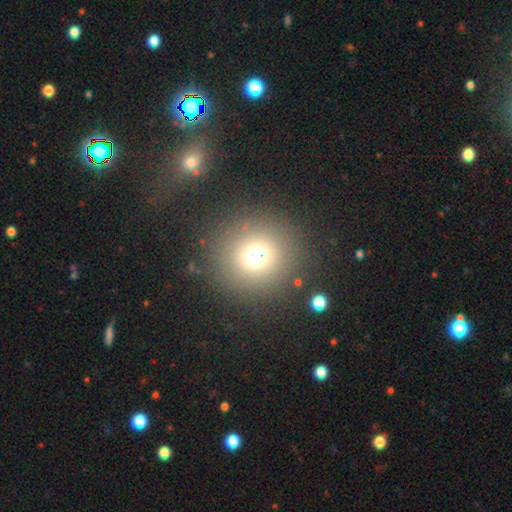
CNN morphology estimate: type=smooth (65%); roundness=round (94%); merging=none (86%).